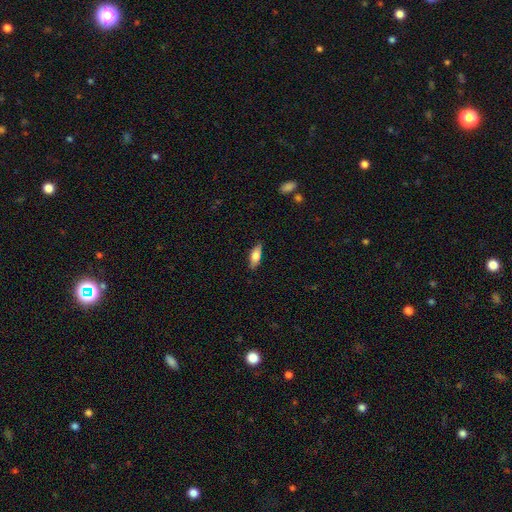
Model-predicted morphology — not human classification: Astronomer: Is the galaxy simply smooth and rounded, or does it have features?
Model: smooth — 80%.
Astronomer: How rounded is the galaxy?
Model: in between — 69%.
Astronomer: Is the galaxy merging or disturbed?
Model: none — 83%.